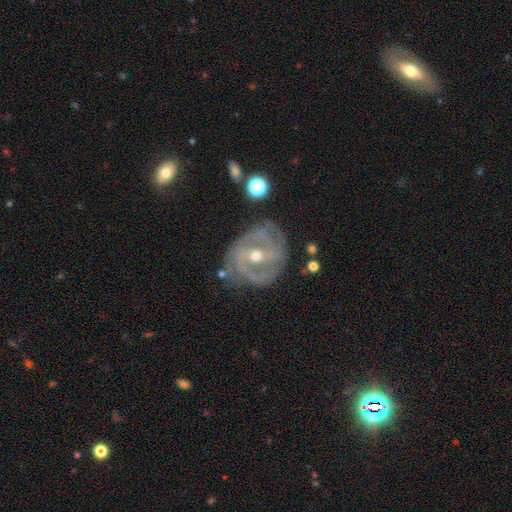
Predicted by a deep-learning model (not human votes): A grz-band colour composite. It shows a featured or disk galaxy (85%) with a weak bar (41%), 2 (43%) tight (54%) spiral arms (92%) and a moderate central bulge (54%). Merging: none (72%).